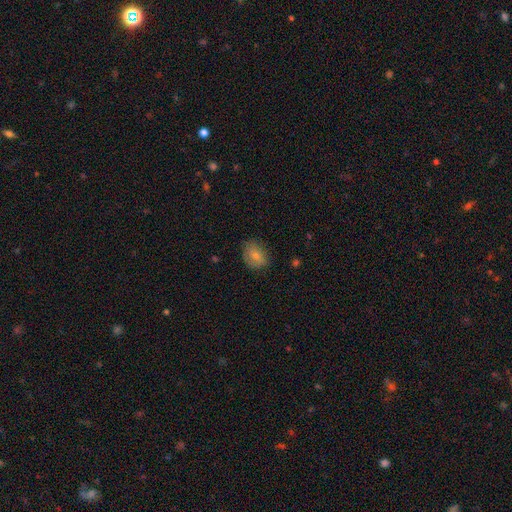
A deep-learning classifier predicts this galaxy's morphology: This appears to be a smooth galaxy with no disk features (77%) that is in between round and cigar-shaped (57%). Merging: none (71%).